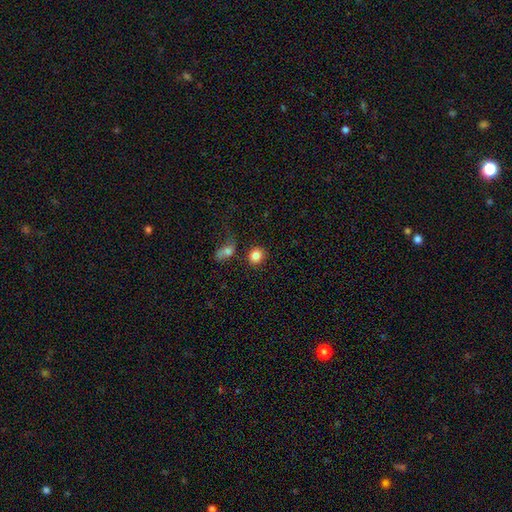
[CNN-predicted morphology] A smooth galaxy with no disk features (85%) that is round (77%).

Vote fractions:
- Smooth or featured? smooth: 85% / star or artifact: 9% / featured or disk: 6%
- How rounded? round: 77% / in between: 22% / cigar-shaped: 1%
- Merging? none: 74% / merger: 11% / minor disturbance: 10% / major disturbance: 5%